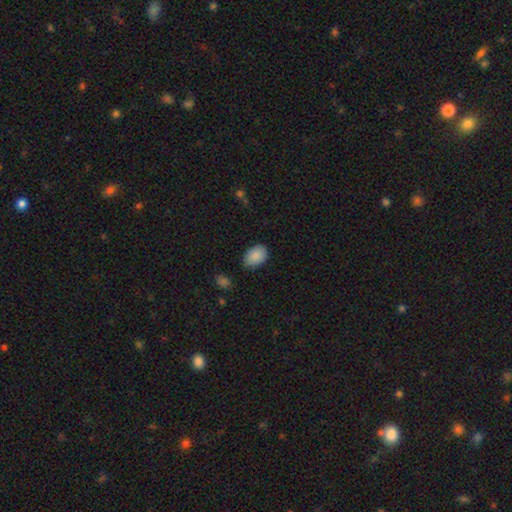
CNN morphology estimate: The model was most divided on "merging": none: 71%, minor disturbance: 23%, major disturbance: 4%, merger: 2%. More confident: smooth or featured — smooth (89%); how rounded — in between (81%).